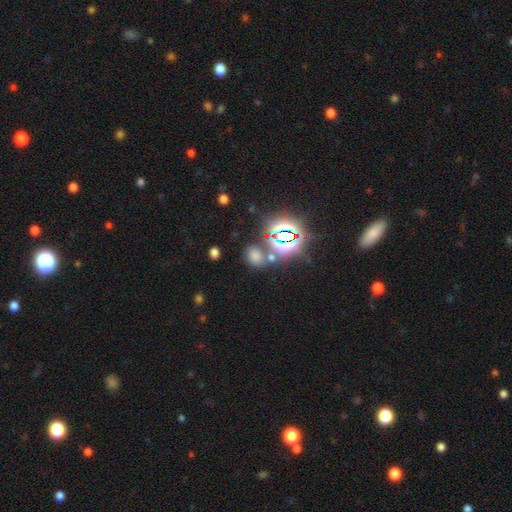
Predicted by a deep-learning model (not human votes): The model was most divided on "smooth or featured": smooth: 53%, star or artifact: 40%, featured or disk: 7%. More confident: merging — none (67%); how rounded — in between (56%).